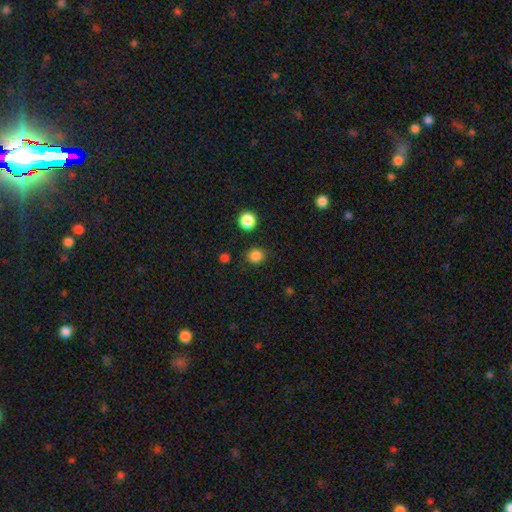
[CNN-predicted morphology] Q: Smooth or featured?
A: smooth (84%); runner-up: star or artifact (13%)
Q: How rounded?
A: round (82%); runner-up: in between (17%)
Q: Merging?
A: none (87%); runner-up: minor disturbance (8%)